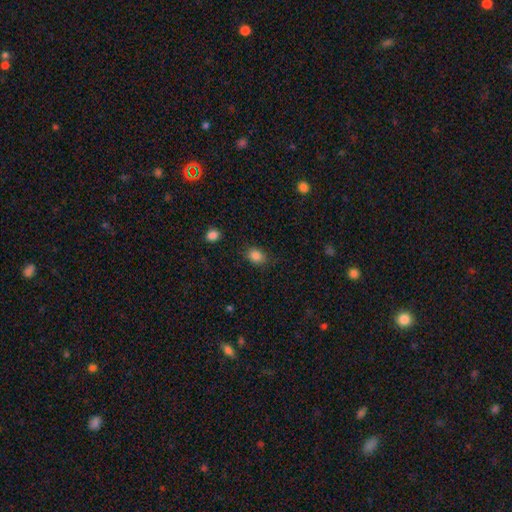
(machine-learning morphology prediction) Smooth or featured? Predicted: smooth (p=0.85). How rounded? Predicted: in between (p=0.56). Merging? Predicted: none (p=0.81).